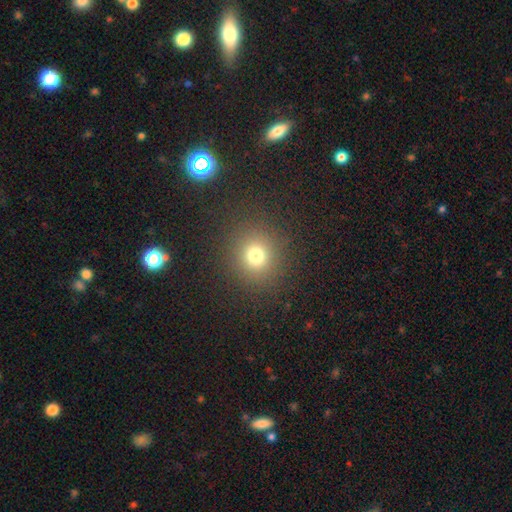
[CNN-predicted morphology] smooth_or_featured: smooth (p=0.73) [alt: star or artifact p=0.19]
how_rounded: round (p=0.90) [alt: in between p=0.09]
merging: none (p=0.88) [alt: minor disturbance p=0.06]